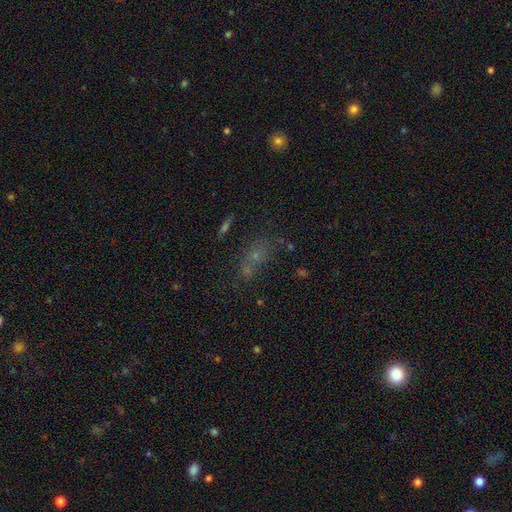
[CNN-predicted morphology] smooth_or_featured: smooth (p=0.48) [alt: star or artifact p=0.34]
merging: none (p=0.47) [alt: merger p=0.31]